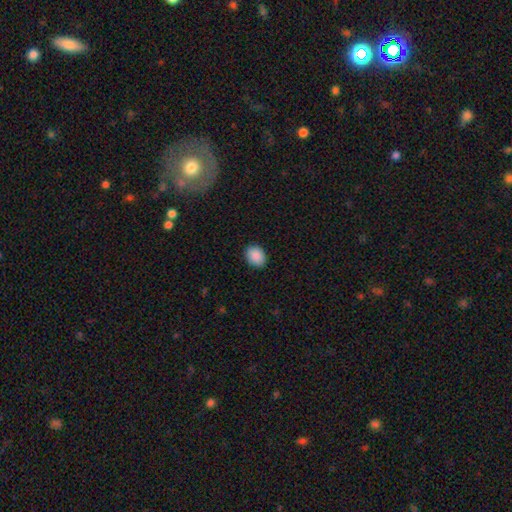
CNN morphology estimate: This appears to be a smooth galaxy with no disk features (90%) that is in between round and cigar-shaped (60%). Merging: none (89%).